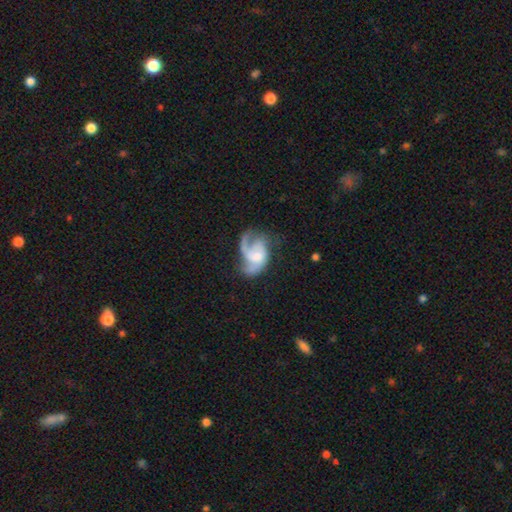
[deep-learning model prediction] smooth-or-featured: featured or disk: 73% | smooth: 20% | star or artifact: 7%
  disk-edge-on: no: 97% | yes: 3%
    bar: no: 63% | weak: 31% | strong: 6%
    has-spiral-arms: yes: 87% | no: 13%
      spiral-winding: medium: 43% | loose: 41% | tight: 17%
      spiral-arm-count: 2: 34% | 1: 25% | 3: 22% | can't tell: 14% | 4: 3% | more than 4: 3%
    bulge-size: moderate: 41% | small: 25% | none: 17% | large: 15% | dominant: 2%
  merging: major disturbance: 41% | none: 33% | minor disturbance: 22% | merger: 5%